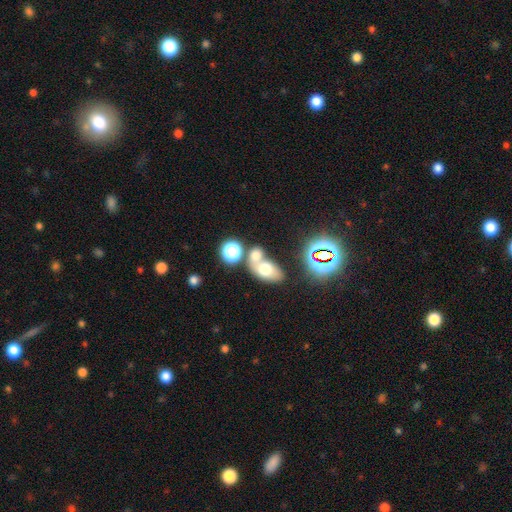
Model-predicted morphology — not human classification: Overall: smooth (63%). How rounded: in between (71%). Merging: merger (55%; none 30%).